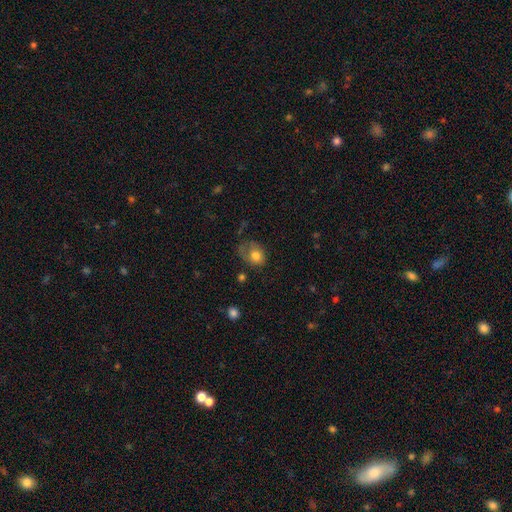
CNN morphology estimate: smooth_or_featured: smooth (p=0.75) [alt: featured or disk p=0.17]
how_rounded: round (p=0.50) [alt: in between p=0.49]
merging: none (p=0.35) [alt: minor disturbance p=0.31]